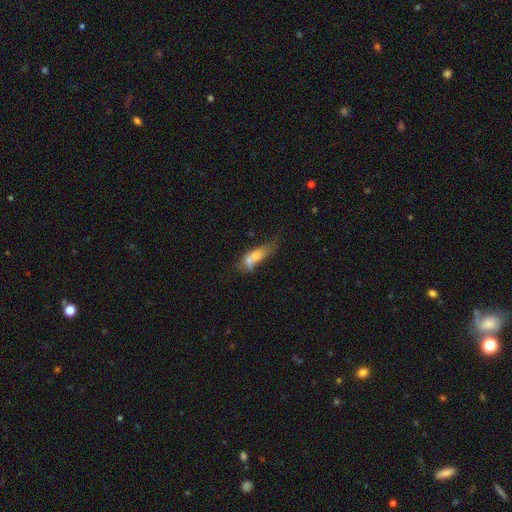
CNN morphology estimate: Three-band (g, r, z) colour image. It shows a smooth galaxy with no disk features (60%) that is in between round and cigar-shaped (58%). Merging: merger (42%).